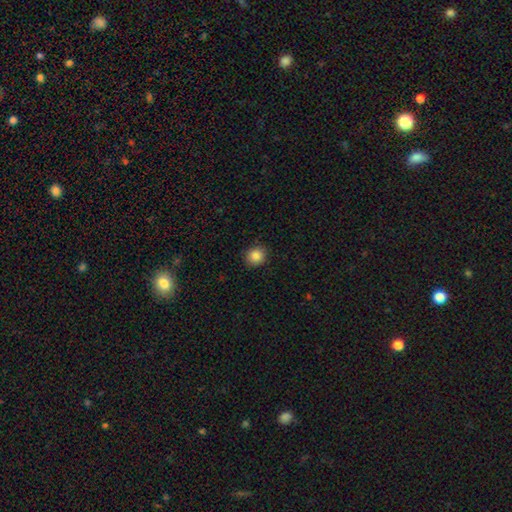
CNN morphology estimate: A smooth galaxy with no disk features (86%) that is round (83%).

Vote fractions:
- Smooth or featured? smooth: 86% / star or artifact: 10% / featured or disk: 4%
- How rounded? round: 83% / in between: 16% / cigar-shaped: 1%
- Merging? none: 91% / minor disturbance: 7% / major disturbance: 2% / merger: 1%